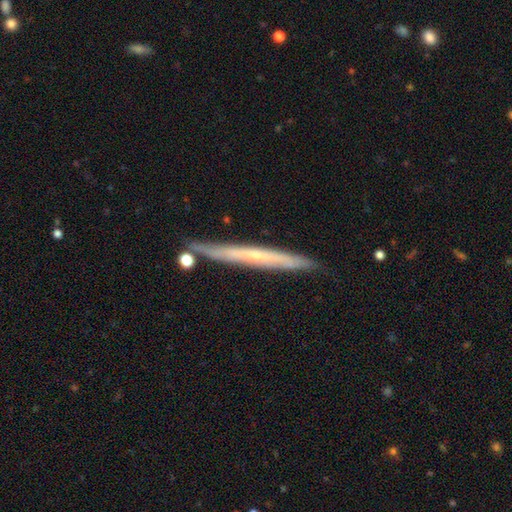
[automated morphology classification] type=featured or disk (65%); edge-on=yes (93%); edge-on bulge=none (62%); merging=none (84%).